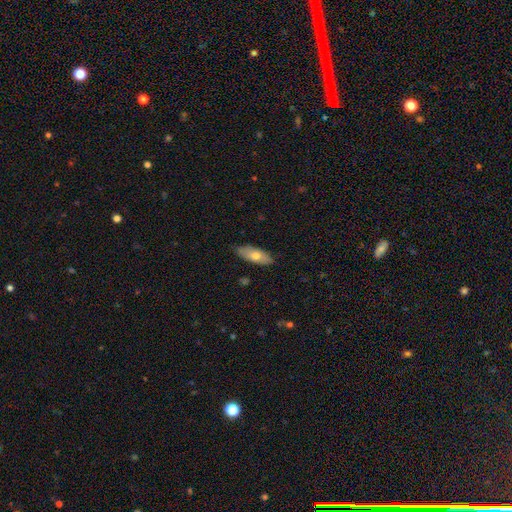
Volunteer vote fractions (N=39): Volunteers were most divided on "smooth or featured": smooth: 79%, featured or disk: 18%, star or artifact: 3%. More confident: how rounded — in between (87%); merging — none (84%).